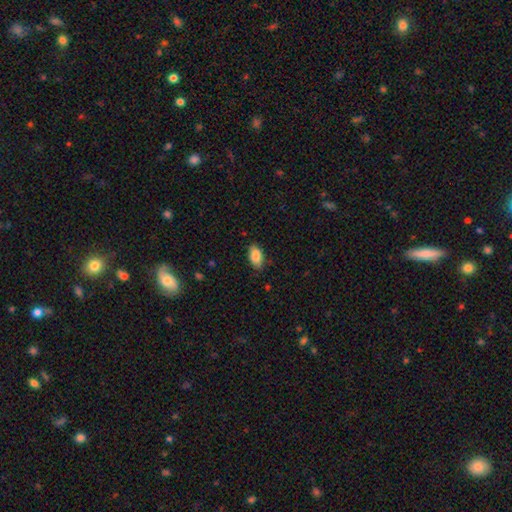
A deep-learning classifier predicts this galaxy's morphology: smooth 86%, star or artifact 7%, featured or disk 7%. Down the decision tree: how rounded — in between (93%); merging — none (83%).